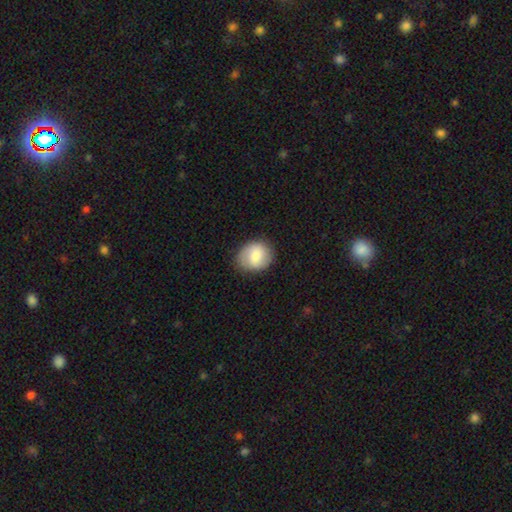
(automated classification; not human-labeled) smooth-or-featured: smooth: 74% | featured or disk: 19% | star or artifact: 7%
  how-rounded: round: 61% | in between: 38% | cigar-shaped: 1%
  merging: none: 81% | minor disturbance: 14% | major disturbance: 3% | merger: 1%